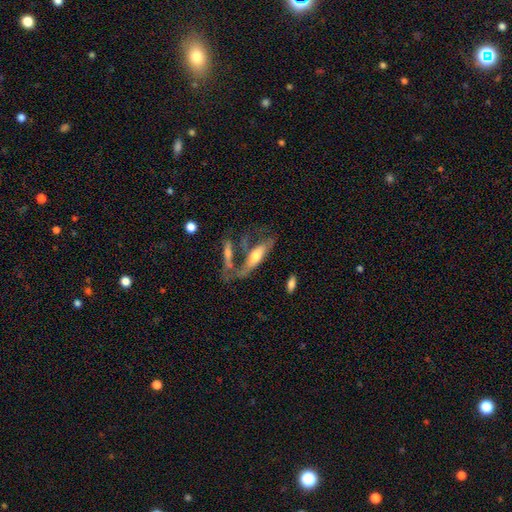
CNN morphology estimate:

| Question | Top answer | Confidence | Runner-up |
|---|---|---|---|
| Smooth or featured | featured or disk | 53% | smooth (40%) |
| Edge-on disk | no | 55% | yes (45%) |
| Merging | merger | 31% | none (30%) |